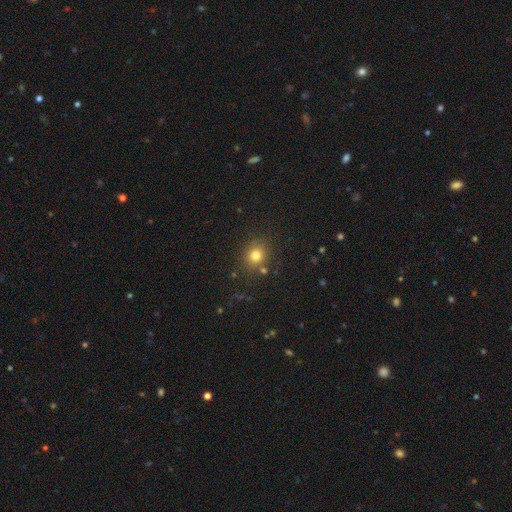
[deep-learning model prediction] Smooth or featured: smooth — 77% (star or artifact — 16%)
How rounded: round — 81% (in between — 19%)
Merging: none — 81% (minor disturbance — 10%)